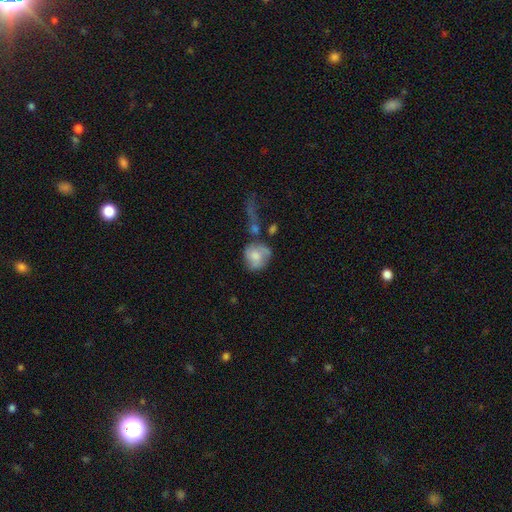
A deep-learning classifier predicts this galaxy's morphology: This is possibly a smooth galaxy (57%). How rounded: likely round (76%). Merging: marginally none (44%).